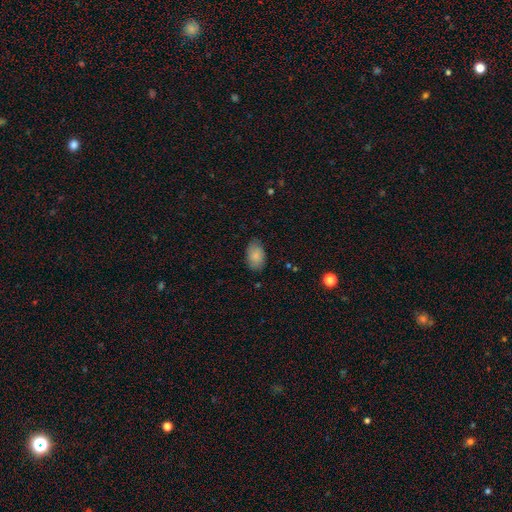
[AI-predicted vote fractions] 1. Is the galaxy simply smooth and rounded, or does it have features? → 84% smooth, 9% featured or disk, 7% star or artifact.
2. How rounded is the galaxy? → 92% in between, 6% round, 2% cigar-shaped.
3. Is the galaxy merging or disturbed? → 80% none, 16% minor disturbance, 3% major disturbance, 1% merger.